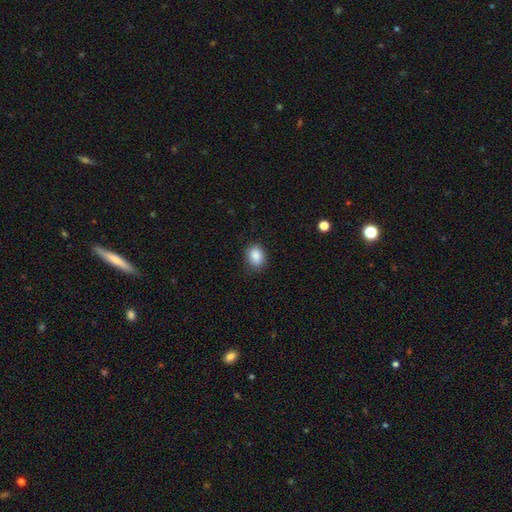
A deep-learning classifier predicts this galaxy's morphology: Smooth or featured? Predicted: smooth (p=0.88). How rounded? Predicted: in between (p=0.59). Merging? Predicted: none (p=0.82).